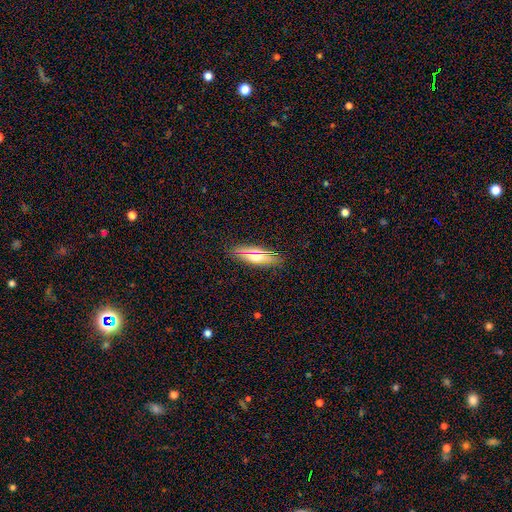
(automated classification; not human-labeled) Smooth or featured? smooth (60%)
How rounded? in between (67%)
Merging? none (87%)